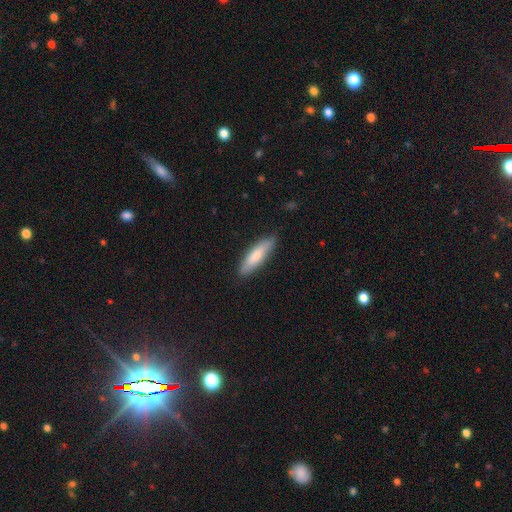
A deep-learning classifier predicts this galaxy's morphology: type=smooth (76%); roundness=cigar-shaped (65%); merging=none (84%).